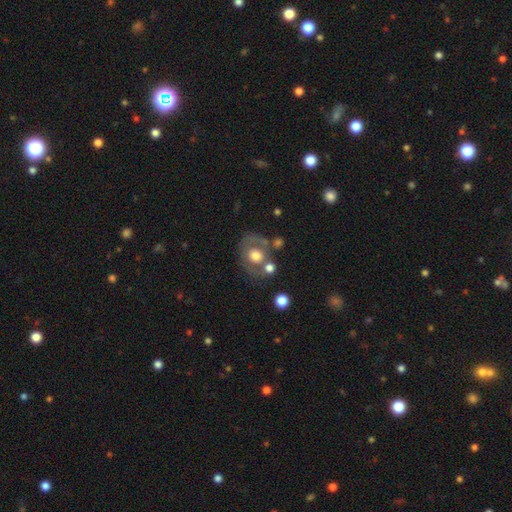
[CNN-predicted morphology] type=smooth (47%); merging=none (58%).